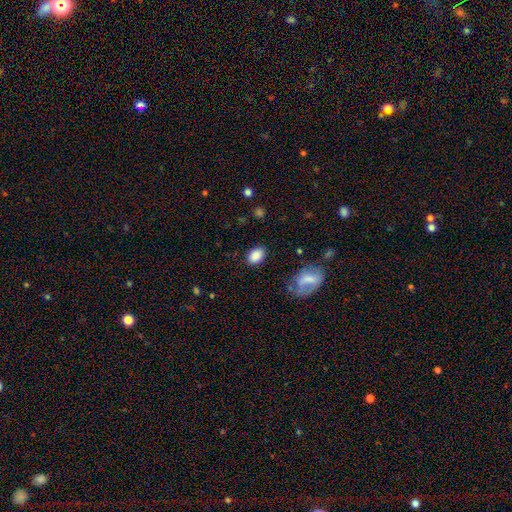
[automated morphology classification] Smooth or featured? smooth (87%)
How rounded? in between (81%)
Merging? none (84%)